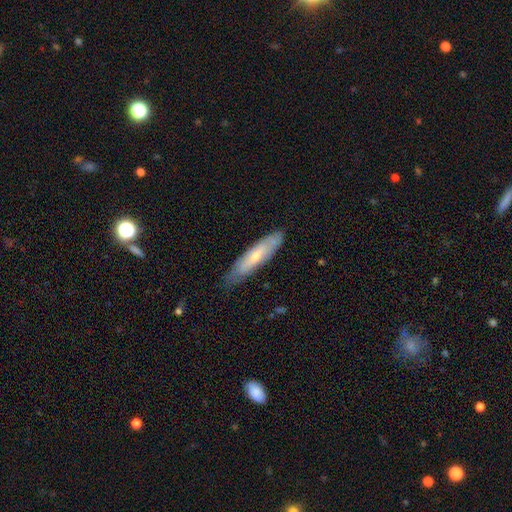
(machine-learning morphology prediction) smooth-or-featured: smooth: 49% | featured or disk: 45% | star or artifact: 6%
  merging: none: 76% | minor disturbance: 19% | major disturbance: 4% | merger: 1%